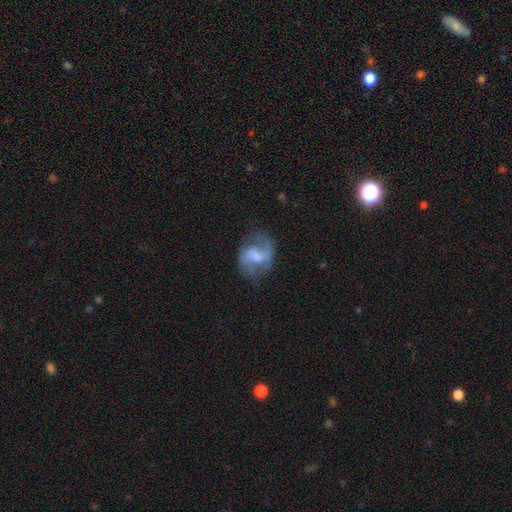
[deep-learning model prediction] smooth_or_featured: featured or disk (p=0.65) [alt: smooth p=0.27]
disk_edge_on: no (p=0.97) [alt: yes p=0.03]
bar: weak (p=0.48) [alt: no p=0.34]
has_spiral_arms: yes (p=0.82) [alt: no p=0.18]
spiral_winding: medium (p=0.44) [alt: loose p=0.43]
spiral_arm_count: 2 (p=0.78) [alt: can't tell p=0.10]
bulge_size: moderate (p=0.34) [alt: none p=0.26]
merging: none (p=0.57) [alt: minor disturbance p=0.22]